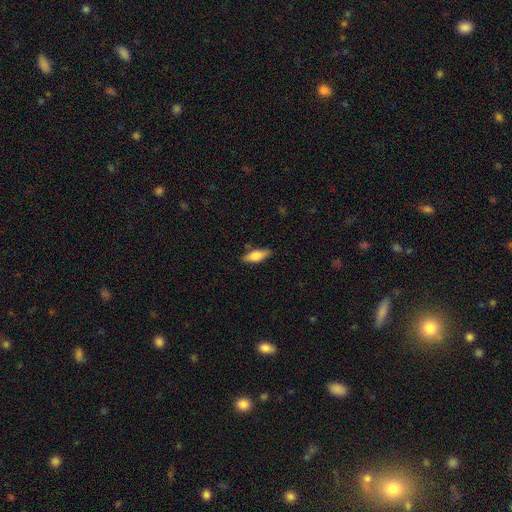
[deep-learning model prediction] A smooth galaxy with no disk features (76%) that is in between round and cigar-shaped (66%).

Vote fractions:
- Smooth or featured? smooth: 76% / featured or disk: 18% / star or artifact: 6%
- How rounded? in between: 66% / cigar-shaped: 31% / round: 2%
- Merging? none: 82% / minor disturbance: 13% / major disturbance: 3% / merger: 2%